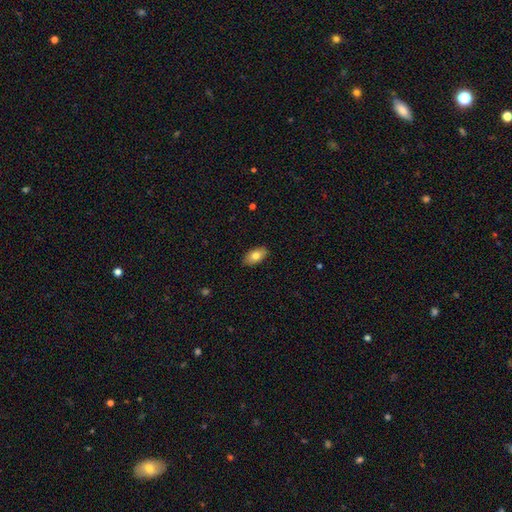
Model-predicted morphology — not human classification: smooth 78%, featured or disk 15%, star or artifact 7%. Down the decision tree: how rounded — in between (92%); merging — none (89%).